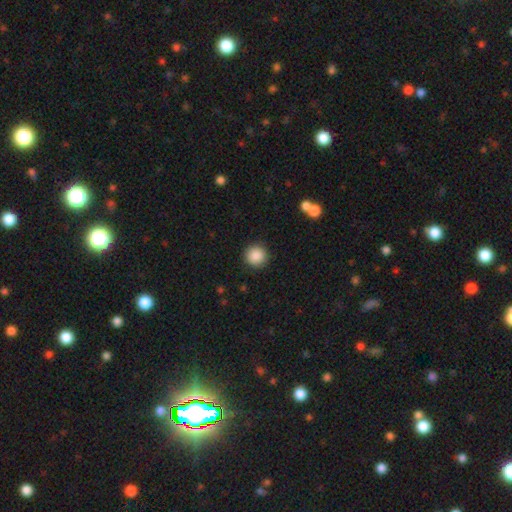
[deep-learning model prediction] A smooth galaxy with no disk features (88%) that is round (96%). Merging: none (92%).